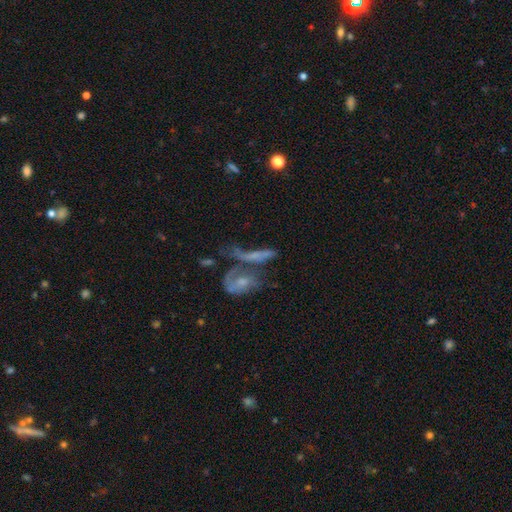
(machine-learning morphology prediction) Smooth or featured? featured or disk (44%)
Merging? merger (47%)